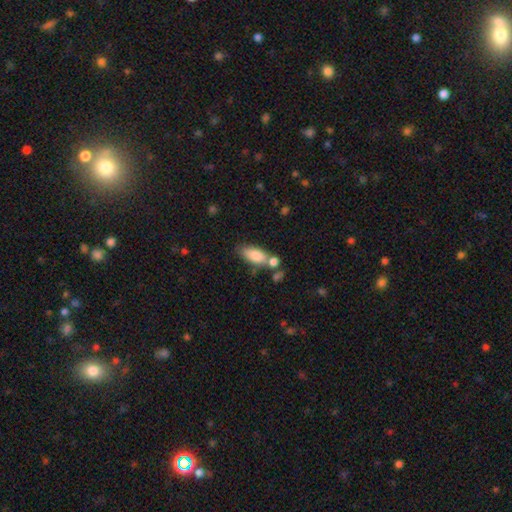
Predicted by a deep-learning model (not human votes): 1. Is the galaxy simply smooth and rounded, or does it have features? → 81% smooth, 12% featured or disk, 7% star or artifact.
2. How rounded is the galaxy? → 86% in between, 11% cigar-shaped, 3% round.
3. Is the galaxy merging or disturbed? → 50% none, 27% merger, 16% minor disturbance, 6% major disturbance.